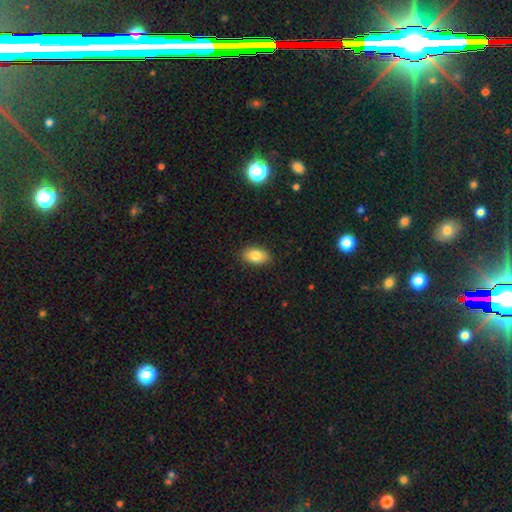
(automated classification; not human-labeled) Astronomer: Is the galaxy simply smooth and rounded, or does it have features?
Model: smooth — 82%.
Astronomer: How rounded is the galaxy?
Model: in between — 90%.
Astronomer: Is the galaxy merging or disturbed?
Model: none — 88%.